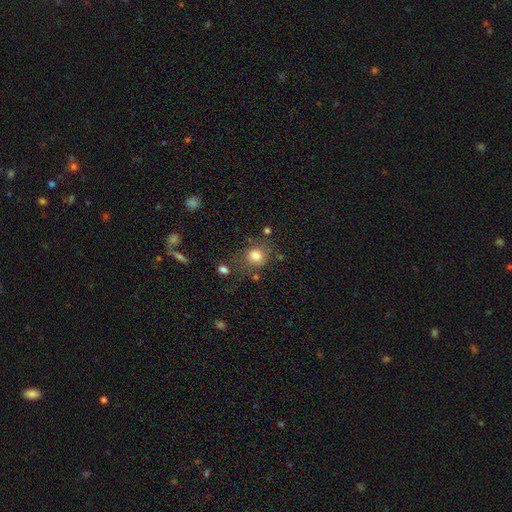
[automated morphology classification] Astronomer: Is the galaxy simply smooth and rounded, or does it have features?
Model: smooth — 80%.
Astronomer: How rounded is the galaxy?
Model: round — 74%.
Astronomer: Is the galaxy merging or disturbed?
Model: none — 68%.